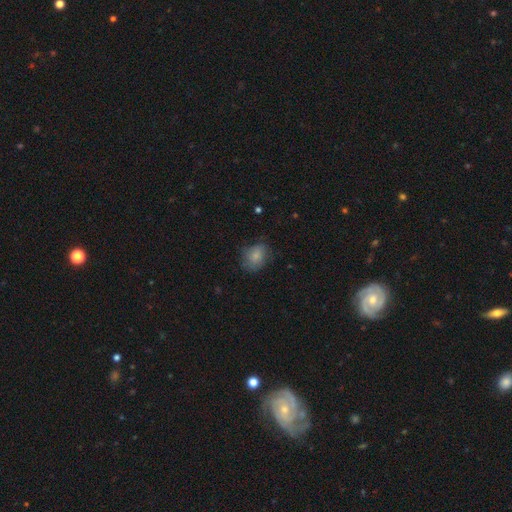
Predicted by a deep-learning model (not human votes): Smooth or featured: smooth — 81% (featured or disk — 11%)
How rounded: in between — 50% (round — 49%)
Merging: none — 66% (minor disturbance — 24%)